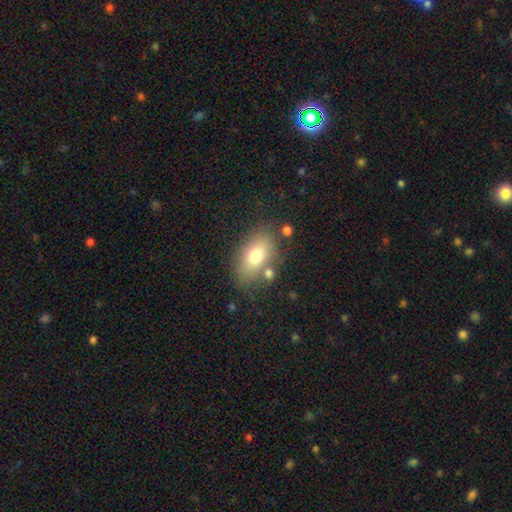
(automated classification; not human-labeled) Morphology: type=smooth (74%); roundness=in between (87%); merging=none (72%).